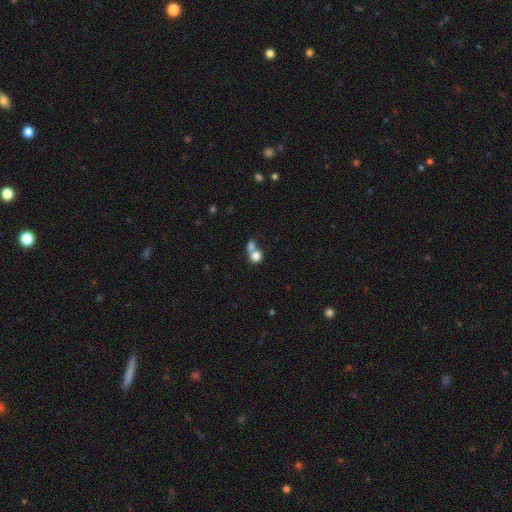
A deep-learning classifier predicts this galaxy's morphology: Overall: smooth (79%). How rounded: round (73%). Merging: merger (58%; none 30%).